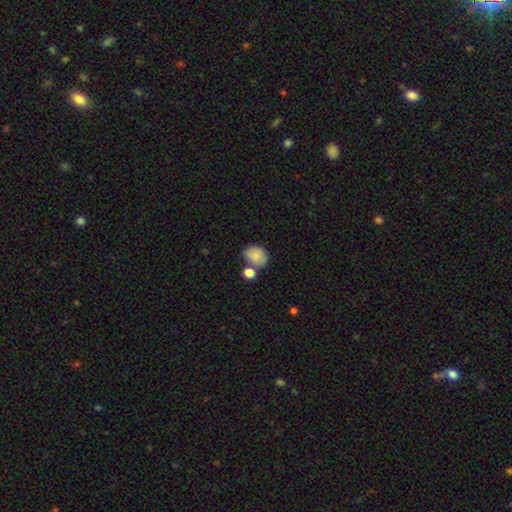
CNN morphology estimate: Smooth or featured? Predicted: smooth (p=0.84). How rounded? Predicted: in between (p=0.56). Merging? Predicted: none (p=0.55).